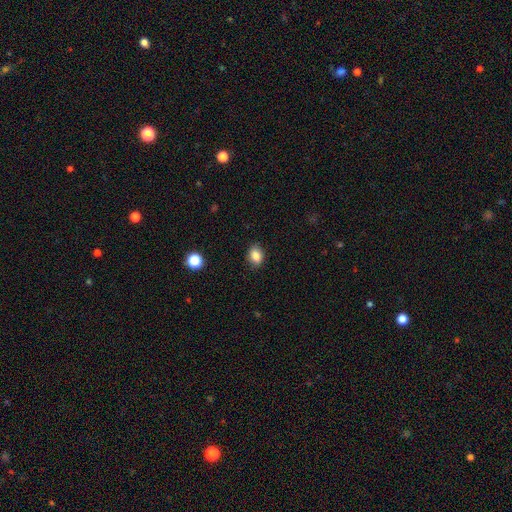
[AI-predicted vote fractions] Smooth or featured?
  - smooth: 85% *
  - star or artifact: 9%
  - featured or disk: 6%
How rounded?
  - in between: 68% *
  - round: 31%
  - cigar-shaped: 1%
Merging?
  - none: 85% *
  - minor disturbance: 11%
  - major disturbance: 2%
  - merger: 1%